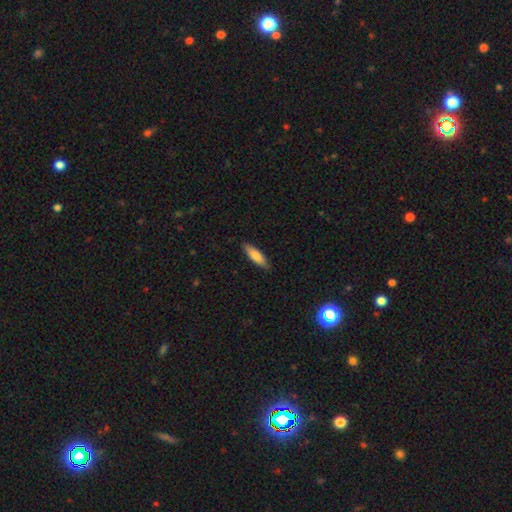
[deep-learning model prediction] smooth-or-featured: smooth: 78% | featured or disk: 16% | star or artifact: 5%
  how-rounded: cigar-shaped: 63% | in between: 35% | round: 2%
  merging: none: 87% | minor disturbance: 10% | major disturbance: 2% | merger: 1%